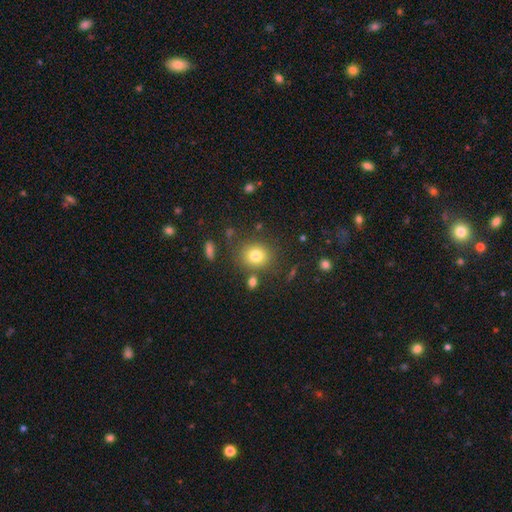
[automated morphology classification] A smooth galaxy with no disk features (79%) that is round (78%). Merging: none (80%).